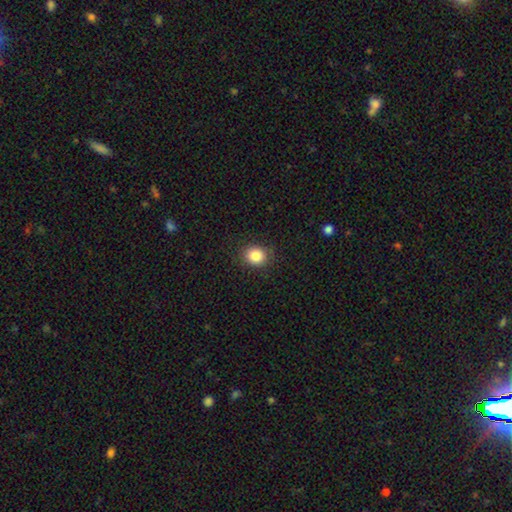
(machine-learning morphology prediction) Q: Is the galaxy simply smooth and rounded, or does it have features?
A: smooth — 84%.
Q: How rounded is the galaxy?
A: round — 77%.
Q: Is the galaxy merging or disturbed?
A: none — 88%.